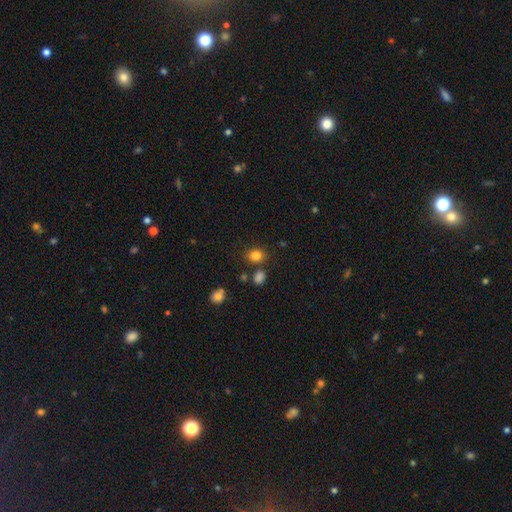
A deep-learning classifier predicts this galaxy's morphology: smooth 82%, star or artifact 12%, featured or disk 6%. Down the decision tree: how rounded — round (55%); merging — none (79%).